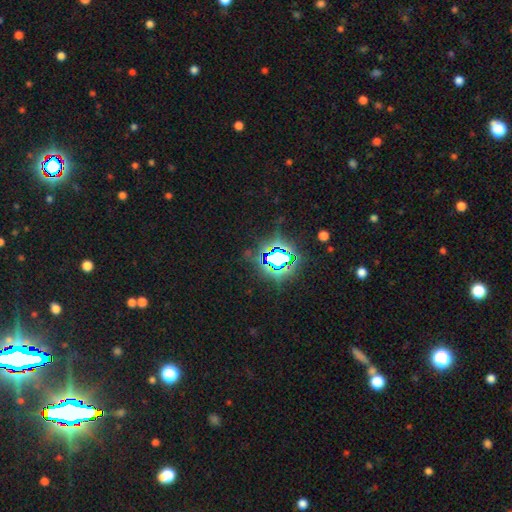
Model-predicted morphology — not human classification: star or artifact 83%, smooth 10%, featured or disk 7%.